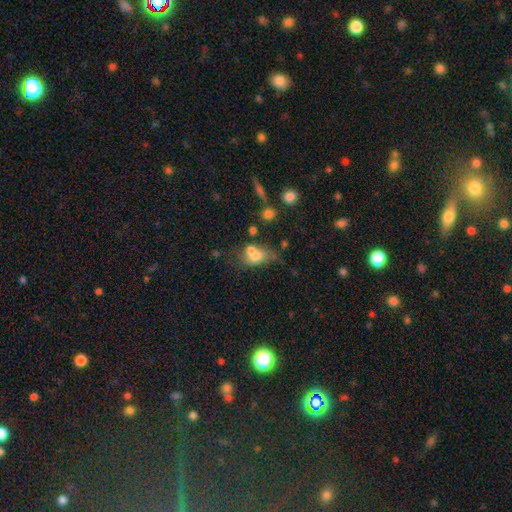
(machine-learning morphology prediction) A smooth galaxy with no disk features (66%) that is in between round and cigar-shaped (64%).

Vote fractions:
- Smooth or featured? smooth: 66% / featured or disk: 21% / star or artifact: 13%
- How rounded? in between: 64% / round: 33% / cigar-shaped: 3%
- Merging? merger: 50% / none: 27% / minor disturbance: 14% / major disturbance: 9%